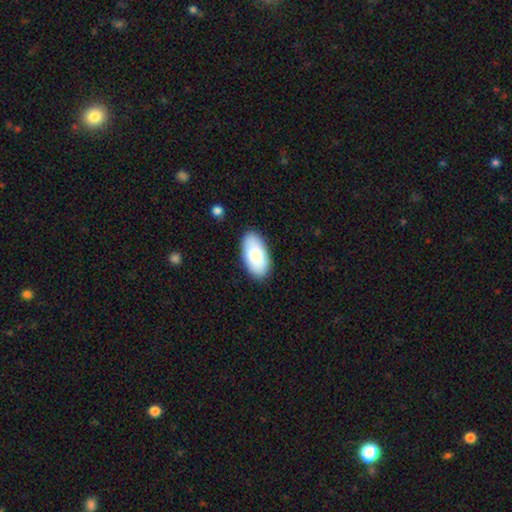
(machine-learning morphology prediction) smooth-or-featured: smooth: 81% | featured or disk: 13% | star or artifact: 6%
  how-rounded: in between: 95% | cigar-shaped: 3% | round: 2%
  merging: none: 86% | minor disturbance: 10% | major disturbance: 2% | merger: 1%